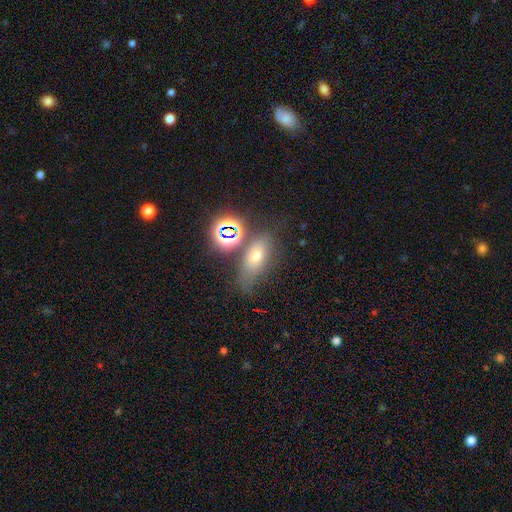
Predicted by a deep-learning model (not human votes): Smooth or featured?
  - smooth: 56% *
  - star or artifact: 24%
  - featured or disk: 20%
How rounded?
  - in between: 71% *
  - round: 17%
  - cigar-shaped: 12%
Merging?
  - none: 61% *
  - minor disturbance: 18%
  - merger: 13%
  - major disturbance: 8%